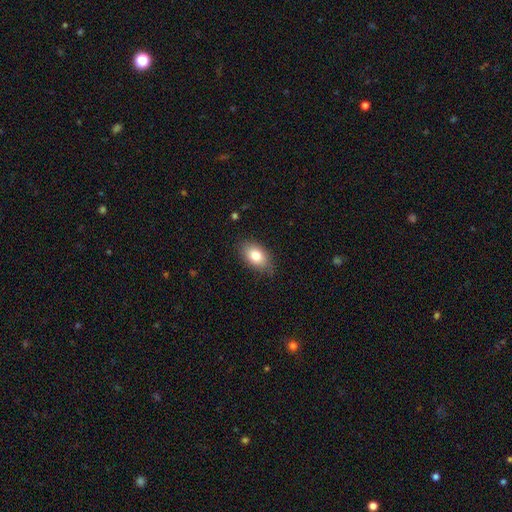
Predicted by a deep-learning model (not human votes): Smooth or featured: smooth — 80% (featured or disk — 12%)
How rounded: in between — 89% (round — 9%)
Merging: none — 80% (minor disturbance — 16%)